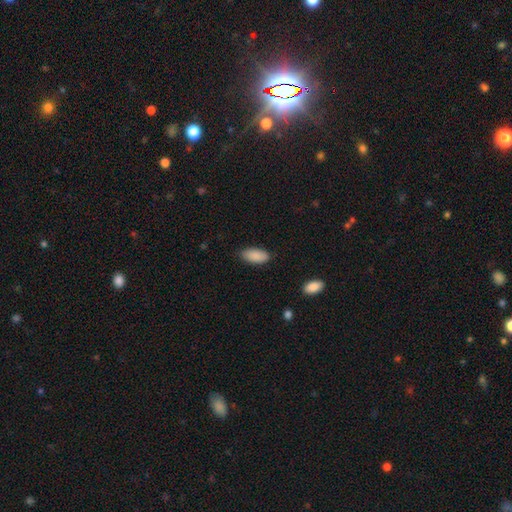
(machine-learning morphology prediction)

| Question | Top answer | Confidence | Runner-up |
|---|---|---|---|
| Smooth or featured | smooth | 90% | star or artifact (6%) |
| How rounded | in between | 92% | cigar-shaped (6%) |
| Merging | none | 80% | minor disturbance (16%) |